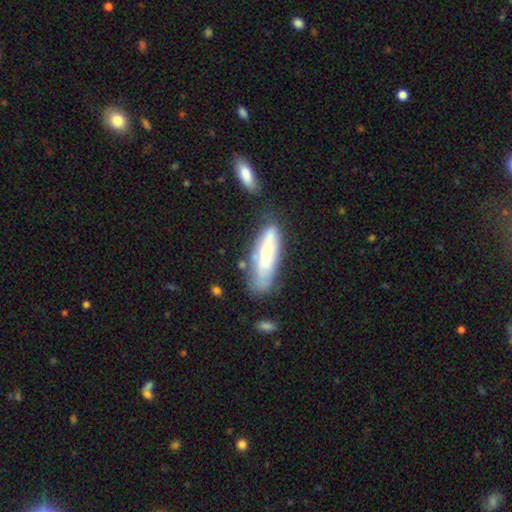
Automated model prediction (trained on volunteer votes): Smooth or featured?
  - smooth: 56% *
  - featured or disk: 36%
  - star or artifact: 8%
How rounded?
  - cigar-shaped: 61% *
  - in between: 37%
  - round: 1%
Merging?
  - none: 61% *
  - minor disturbance: 22%
  - merger: 10%
  - major disturbance: 7%